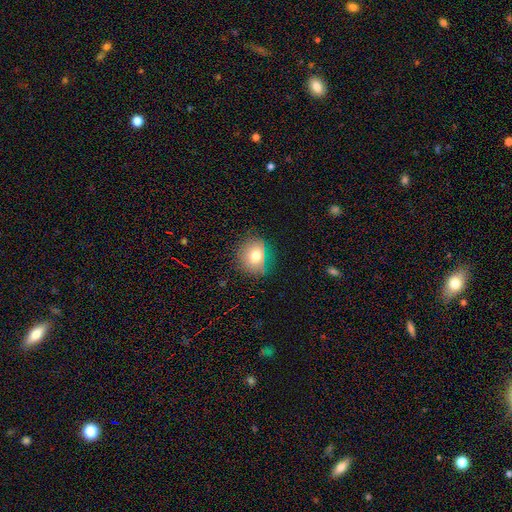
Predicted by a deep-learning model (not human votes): Smooth or featured?
  - smooth: 76% *
  - featured or disk: 12%
  - star or artifact: 11%
How rounded?
  - round: 72% *
  - in between: 27%
  - cigar-shaped: 1%
Merging?
  - none: 75% *
  - minor disturbance: 19%
  - major disturbance: 5%
  - merger: 1%